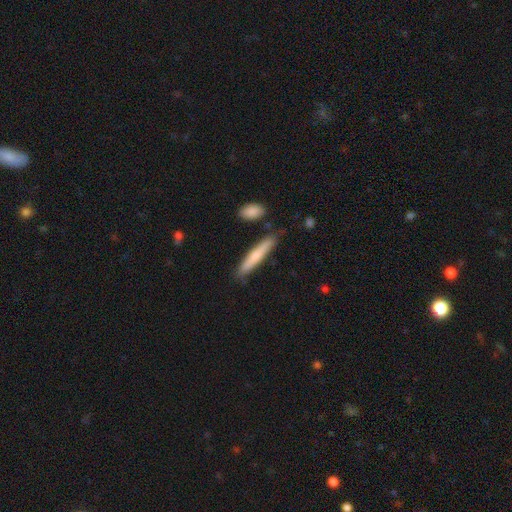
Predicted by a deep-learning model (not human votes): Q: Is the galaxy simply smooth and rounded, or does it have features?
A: smooth — 66%.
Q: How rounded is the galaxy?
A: cigar-shaped — 92%.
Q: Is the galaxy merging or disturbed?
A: none — 83%.